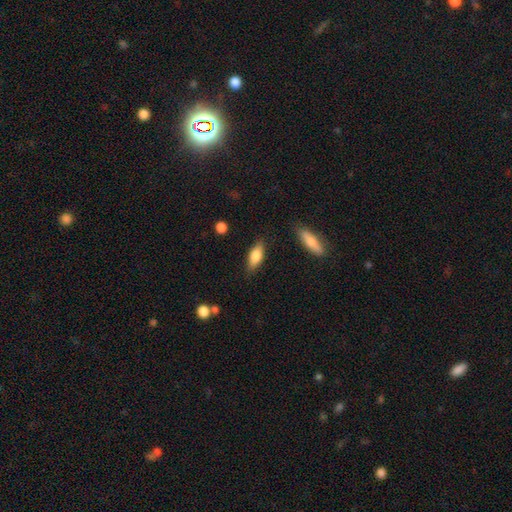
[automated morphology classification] Smooth or featured?
  - smooth: 76% *
  - featured or disk: 18%
  - star or artifact: 7%
How rounded?
  - in between: 76% *
  - cigar-shaped: 21%
  - round: 3%
Merging?
  - none: 81% *
  - minor disturbance: 14%
  - major disturbance: 3%
  - merger: 2%